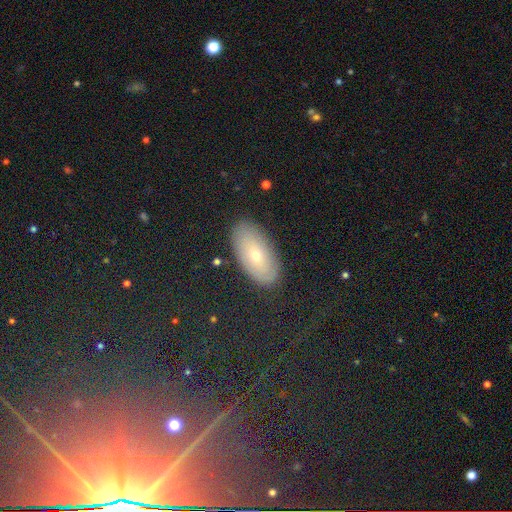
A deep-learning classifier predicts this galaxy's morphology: Q: Smooth or featured?
A: smooth (53%); runner-up: featured or disk (29%)
Q: How rounded?
A: in between (91%); runner-up: round (5%)
Q: Merging?
A: none (85%); runner-up: minor disturbance (10%)